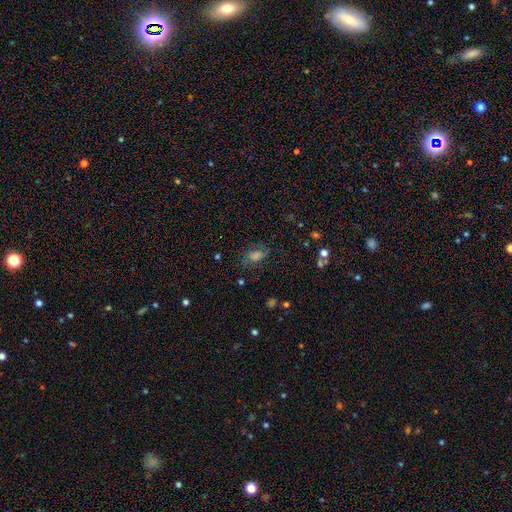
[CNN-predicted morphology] Smooth or featured? Predicted: smooth (p=0.42). Merging? Predicted: none (p=0.71).